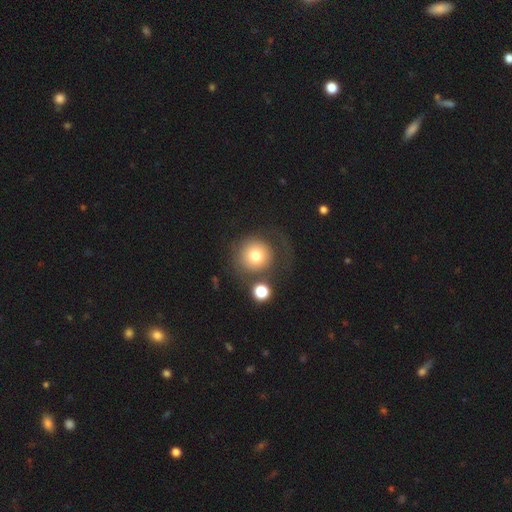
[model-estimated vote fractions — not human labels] Smooth or featured?
  - smooth: 71% *
  - featured or disk: 19%
  - star or artifact: 10%
How rounded?
  - round: 93% *
  - in between: 6%
  - cigar-shaped: 1%
Merging?
  - none: 57% *
  - major disturbance: 18%
  - minor disturbance: 14%
  - merger: 11%